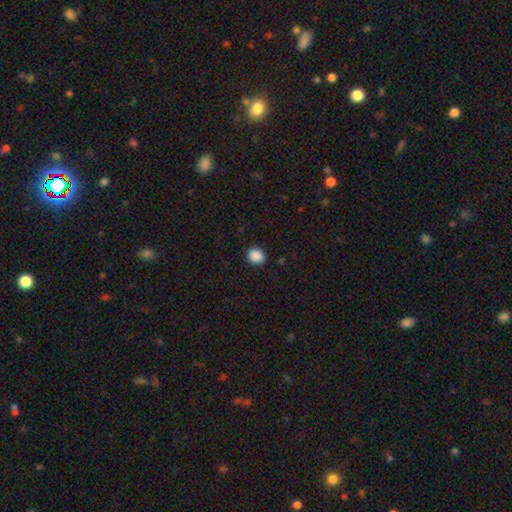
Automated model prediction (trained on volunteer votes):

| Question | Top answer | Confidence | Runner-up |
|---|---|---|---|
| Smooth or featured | smooth | 89% | star or artifact (9%) |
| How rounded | round | 74% | in between (25%) |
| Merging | none | 91% | minor disturbance (6%) |